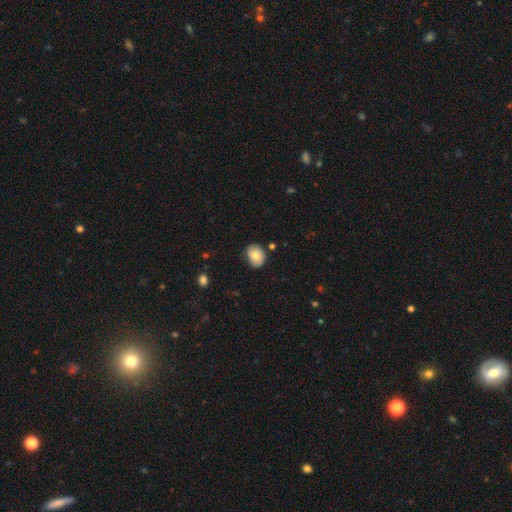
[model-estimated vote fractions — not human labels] This is likely a smooth galaxy (78%). How rounded: possibly in between (57%). Merging: likely none (79%).